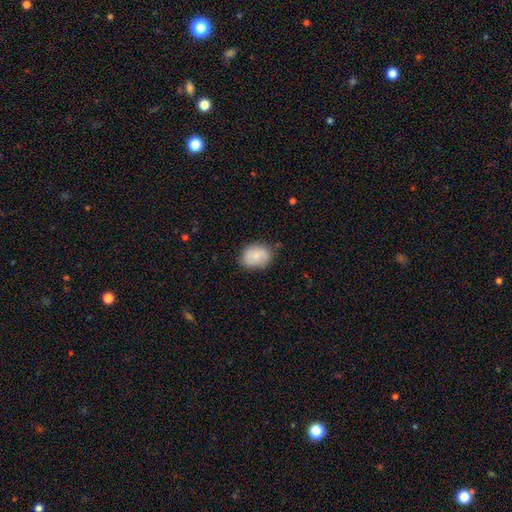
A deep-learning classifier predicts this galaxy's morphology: Overall: smooth (75%). How rounded: in between (64%; round 34%). Merging: none (73%).